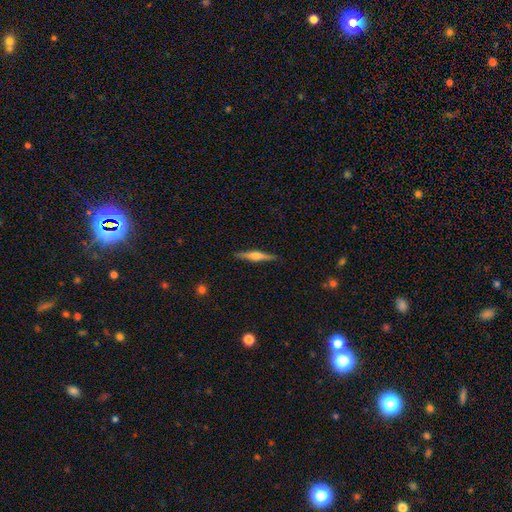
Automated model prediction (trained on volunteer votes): A featured or disk galaxy (70%) viewed edge-on (98%) with a rounded central bulge (87%). Merging: none (91%).